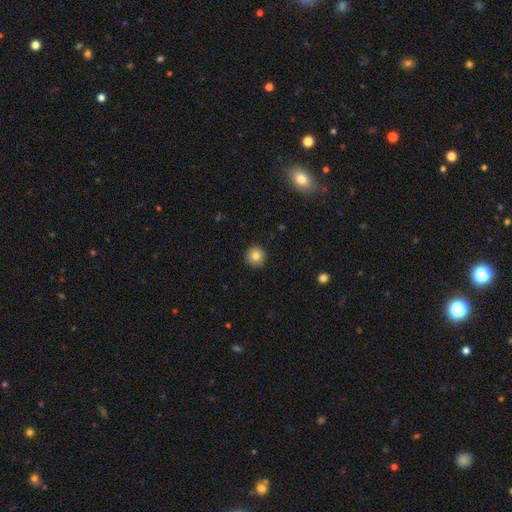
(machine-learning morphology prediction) A smooth galaxy with no disk features (83%) that is round (95%). Merging: none (93%).